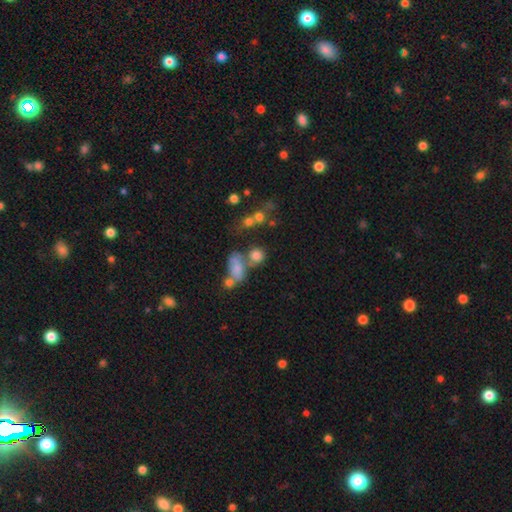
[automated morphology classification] Smooth or featured: smooth — 73% (featured or disk — 14%)
How rounded: round — 70% (in between — 28%)
Merging: none — 43% (merger — 36%)